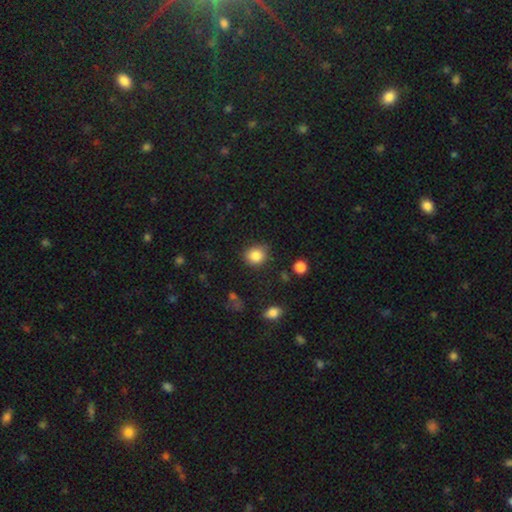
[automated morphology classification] smooth 84%, star or artifact 10%, featured or disk 6%. Down the decision tree: how rounded — round (77%); merging — none (78%).